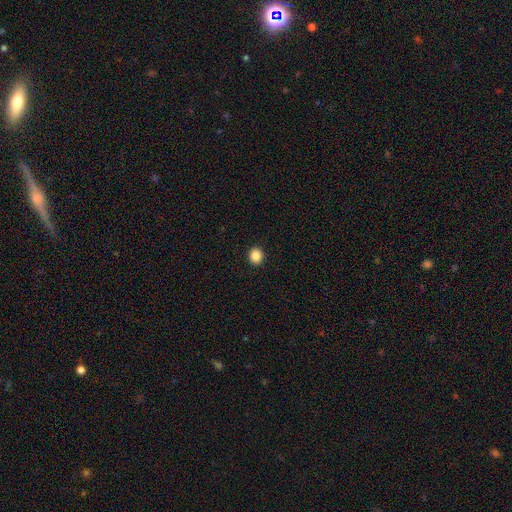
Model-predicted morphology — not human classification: Overall: smooth (87%). How rounded: round (83%). Merging: none (93%).